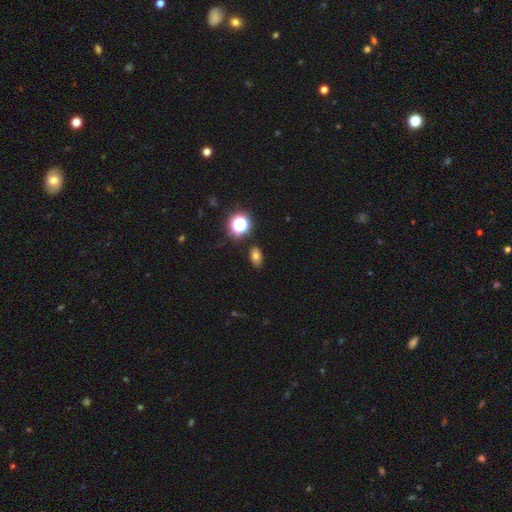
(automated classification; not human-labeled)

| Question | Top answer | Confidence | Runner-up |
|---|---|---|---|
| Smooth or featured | smooth | 73% | star or artifact (19%) |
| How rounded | in between | 81% | round (18%) |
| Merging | none | 83% | minor disturbance (11%) |